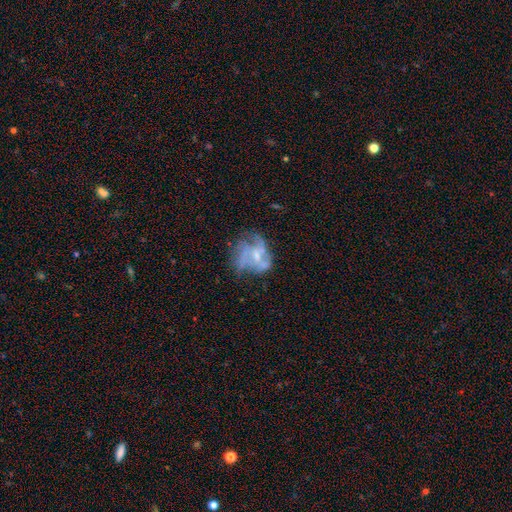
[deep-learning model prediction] Smooth or featured?
  - featured or disk: 65% *
  - smooth: 24%
  - star or artifact: 10%
Edge-on disk?
  - no: 98% *
  - yes: 2%
Bar?
  - no: 69% *
  - weak: 26%
  - strong: 5%
Spiral arms?
  - no: 59% *
  - yes: 41%
Bulge size?
  - small: 37% *
  - moderate: 33%
  - none: 26%
  - large: 3%
  - dominant: 1%
Merging?
  - none: 38% *
  - major disturbance: 30%
  - minor disturbance: 22%
  - merger: 10%